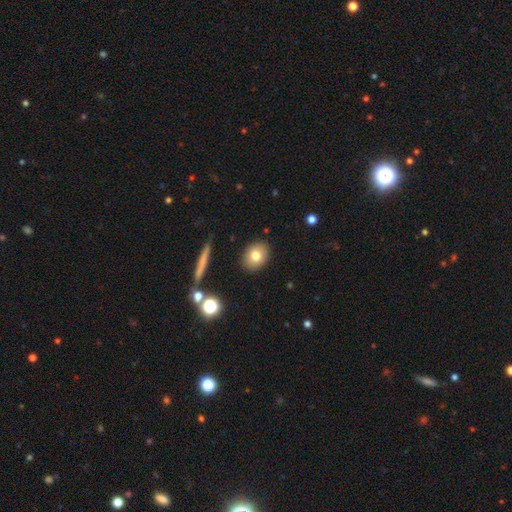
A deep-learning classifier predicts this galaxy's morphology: Smooth or featured?
  - smooth: 77% *
  - featured or disk: 13%
  - star or artifact: 10%
How rounded?
  - round: 52% *
  - in between: 46%
  - cigar-shaped: 2%
Merging?
  - none: 89% *
  - minor disturbance: 7%
  - major disturbance: 2%
  - merger: 2%